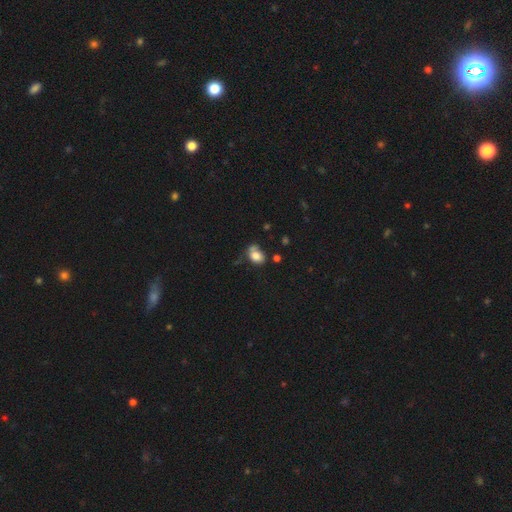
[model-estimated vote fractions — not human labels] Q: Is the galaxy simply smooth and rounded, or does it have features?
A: smooth — 77%.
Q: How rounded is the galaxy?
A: in between — 67%.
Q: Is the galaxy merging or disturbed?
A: none — 40%.